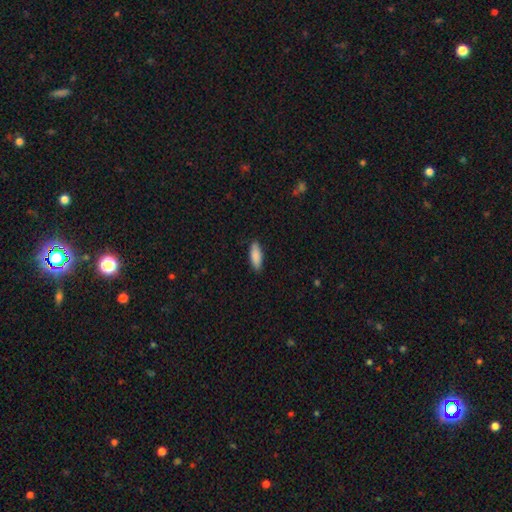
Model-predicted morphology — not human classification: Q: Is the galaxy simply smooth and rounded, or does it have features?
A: smooth — 89%.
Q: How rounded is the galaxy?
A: in between — 64%.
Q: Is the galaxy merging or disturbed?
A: none — 88%.